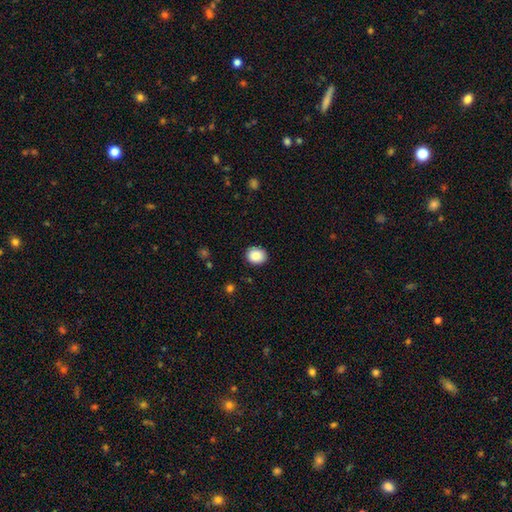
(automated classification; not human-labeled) The model was most divided on "how rounded": round: 70%, in between: 29%, cigar-shaped: 1%. More confident: merging — none (89%); smooth or featured — smooth (87%).